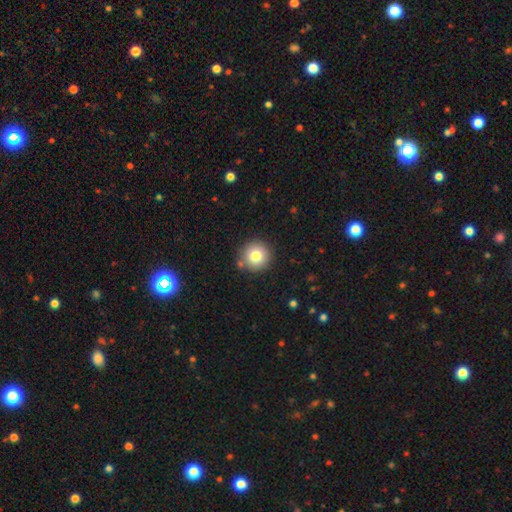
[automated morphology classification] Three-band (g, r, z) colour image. It shows a smooth galaxy with no disk features (78%) that is round (95%). Merging: none (86%).